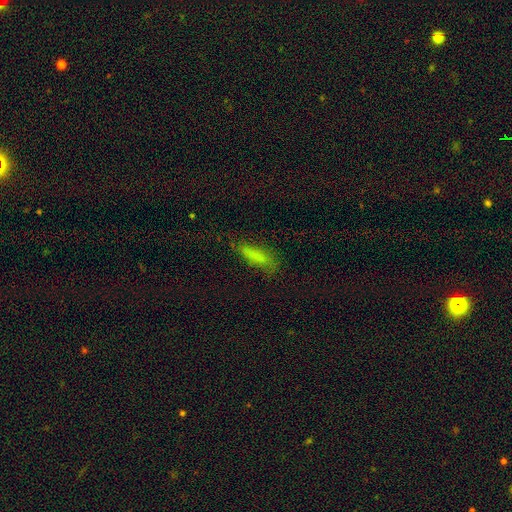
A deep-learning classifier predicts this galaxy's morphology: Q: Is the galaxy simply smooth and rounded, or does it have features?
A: smooth — 77%.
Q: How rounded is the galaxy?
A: cigar-shaped — 63%.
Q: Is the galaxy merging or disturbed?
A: none — 63%.